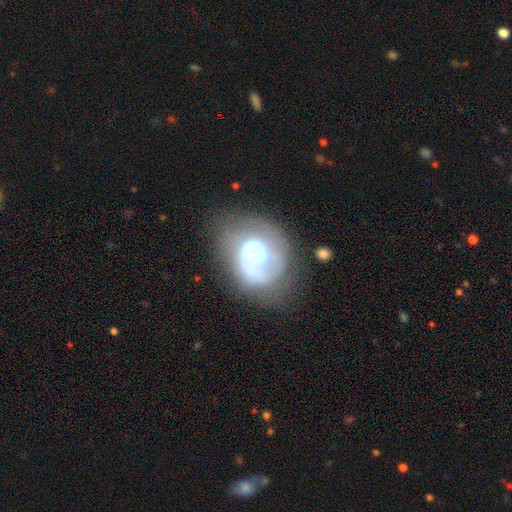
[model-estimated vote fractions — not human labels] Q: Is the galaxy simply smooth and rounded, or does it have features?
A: featured or disk — 63%.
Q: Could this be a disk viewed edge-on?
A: no — 98%.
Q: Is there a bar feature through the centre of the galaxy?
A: no — 87%.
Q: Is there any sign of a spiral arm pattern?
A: no — 68%.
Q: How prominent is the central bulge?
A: small — 36%.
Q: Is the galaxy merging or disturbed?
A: none — 40%.